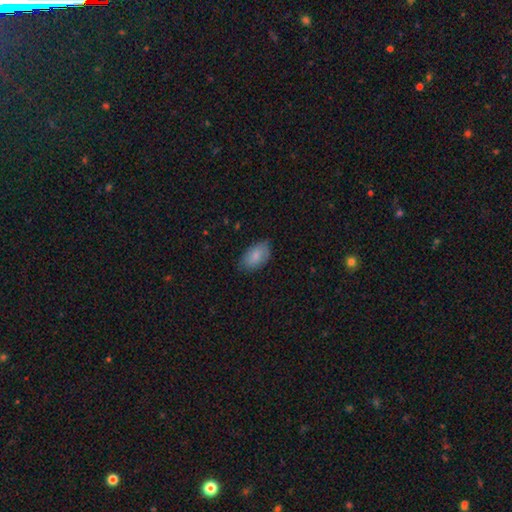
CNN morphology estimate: smooth 83%, featured or disk 10%, star or artifact 6%. Down the decision tree: how rounded — in between (94%); merging — none (78%).